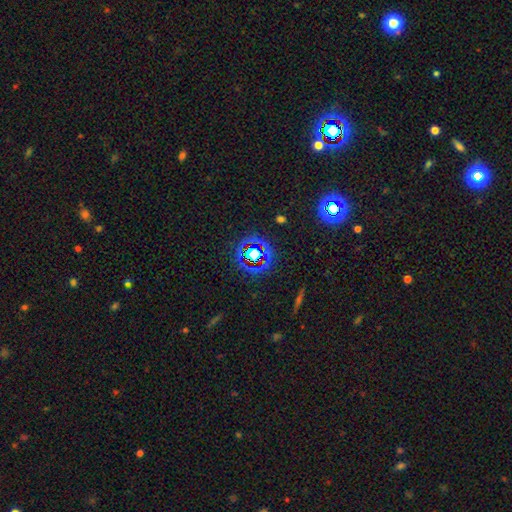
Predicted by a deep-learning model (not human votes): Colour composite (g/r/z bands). It shows a star or artifact, not a galaxy (71%).